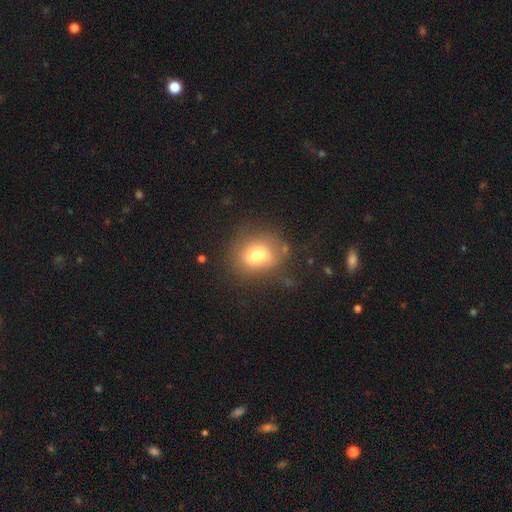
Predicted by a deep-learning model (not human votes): Smooth or featured?
  - smooth: 70% *
  - featured or disk: 19%
  - star or artifact: 11%
How rounded?
  - round: 53% *
  - in between: 45%
  - cigar-shaped: 1%
Merging?
  - none: 55% *
  - minor disturbance: 22%
  - merger: 12%
  - major disturbance: 12%